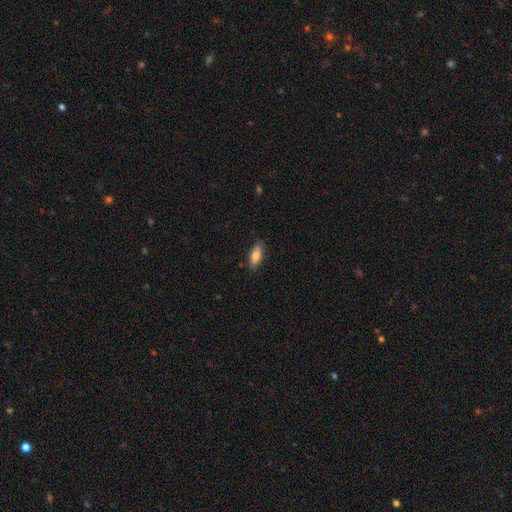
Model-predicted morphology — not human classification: This is likely a smooth galaxy (77%). How rounded: likely in between (64%). Merging: clearly none (85%).